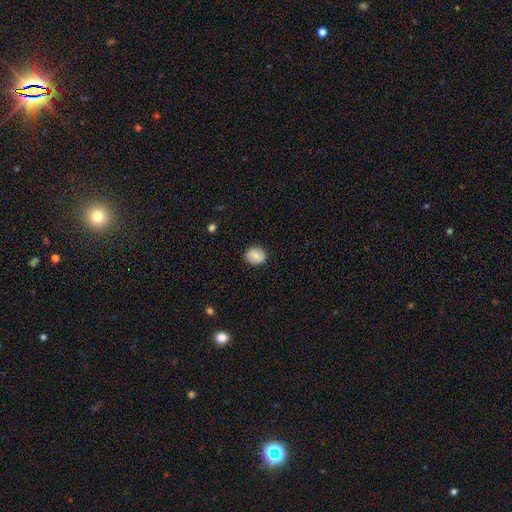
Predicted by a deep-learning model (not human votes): This appears to be a smooth galaxy with no disk features (81%) that is round (69%). Merging: none (86%).